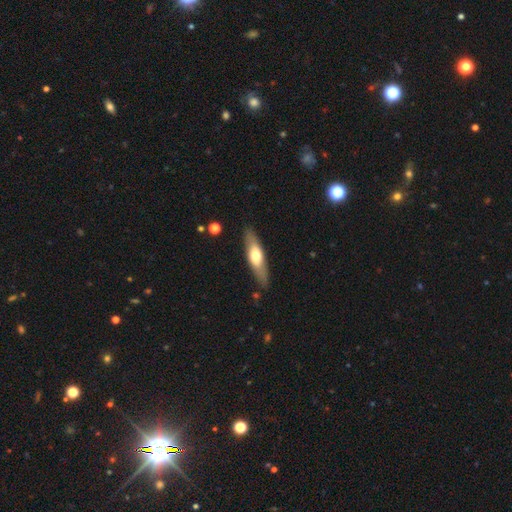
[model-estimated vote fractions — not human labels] A smooth galaxy with no disk features (51%) that is cigar-shaped (61%). Merging: none (85%).